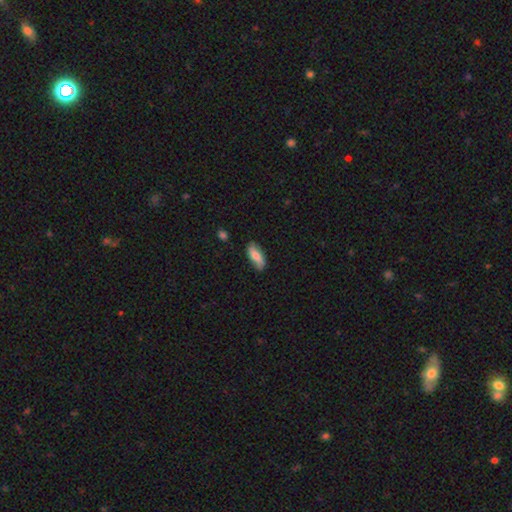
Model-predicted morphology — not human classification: This appears to be a smooth galaxy with no disk features (68%) that is in between round and cigar-shaped (73%). Merging: none (76%).